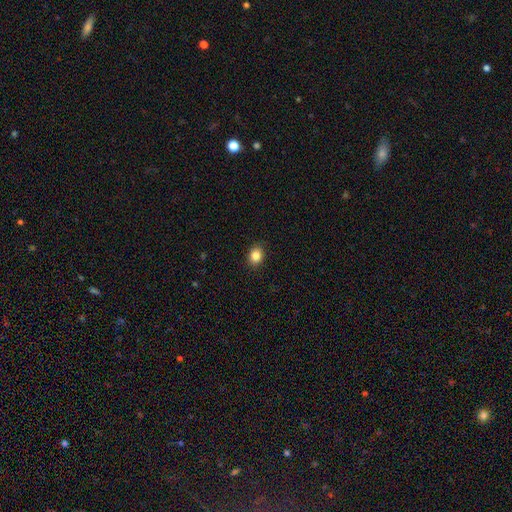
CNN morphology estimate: smooth-or-featured: smooth: 85% | star or artifact: 10% | featured or disk: 5%
  how-rounded: round: 50% | in between: 49% | cigar-shaped: 1%
  merging: none: 90% | minor disturbance: 7% | major disturbance: 2% | merger: 1%